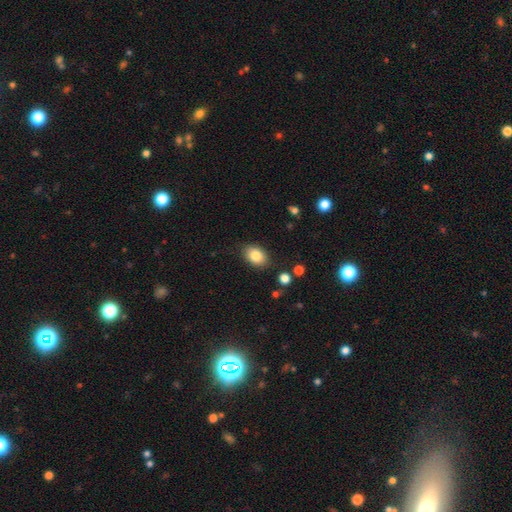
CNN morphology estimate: Smooth or featured: smooth — 84% (star or artifact — 8%)
How rounded: in between — 79% (round — 20%)
Merging: none — 85% (minor disturbance — 11%)